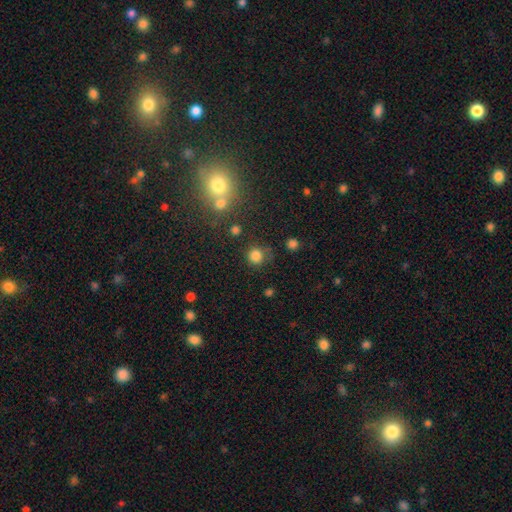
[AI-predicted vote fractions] This is clearly a smooth galaxy (81%). How rounded: clearly round (91%). Merging: likely none (78%).